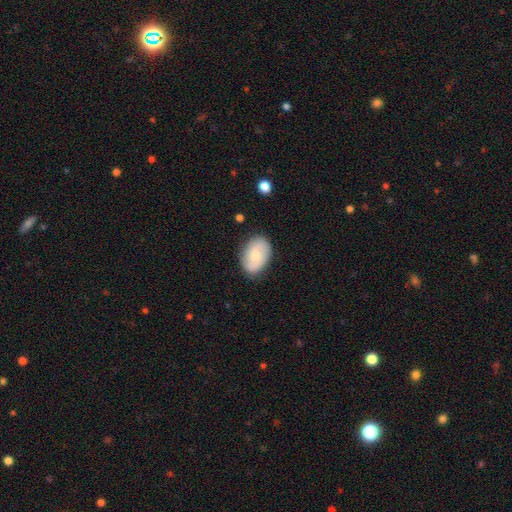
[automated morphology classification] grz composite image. It shows a smooth galaxy with no disk features (62%) that is in between round and cigar-shaped (84%). Merging: none (78%).